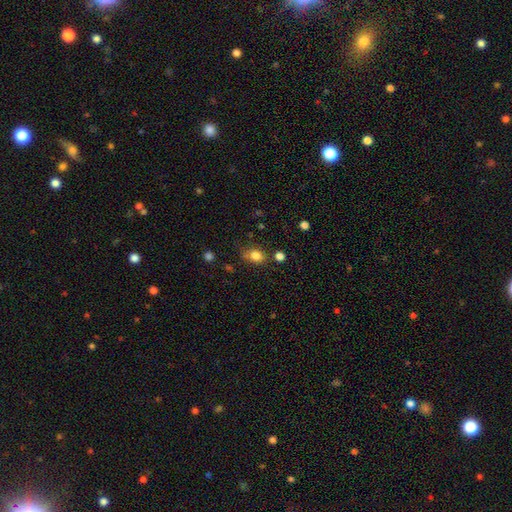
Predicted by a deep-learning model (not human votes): Smooth or featured?
  - smooth: 82% *
  - star or artifact: 12%
  - featured or disk: 6%
How rounded?
  - in between: 54% *
  - round: 45%
  - cigar-shaped: 1%
Merging?
  - none: 68% *
  - minor disturbance: 19%
  - merger: 7%
  - major disturbance: 5%